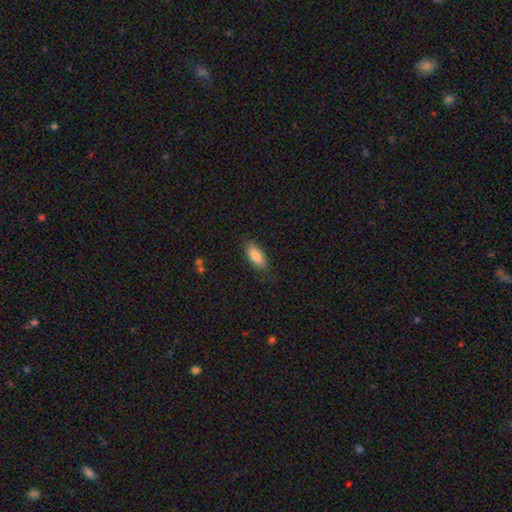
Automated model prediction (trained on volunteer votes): Q: Smooth or featured?
A: smooth (82%); runner-up: featured or disk (11%)
Q: How rounded?
A: in between (83%); runner-up: cigar-shaped (15%)
Q: Merging?
A: none (80%); runner-up: minor disturbance (15%)